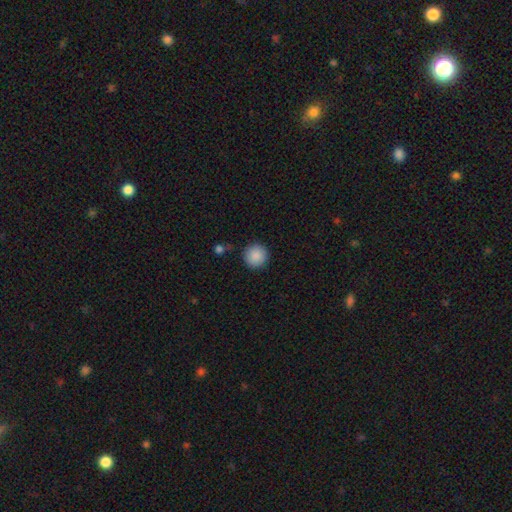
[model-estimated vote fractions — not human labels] A smooth galaxy with no disk features (89%) that is round (95%). Merging: none (89%).